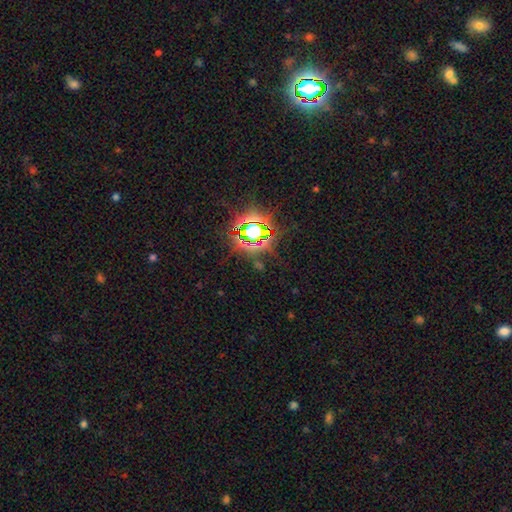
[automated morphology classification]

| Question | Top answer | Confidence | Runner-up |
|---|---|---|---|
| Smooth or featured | star or artifact | 82% | smooth (10%) |